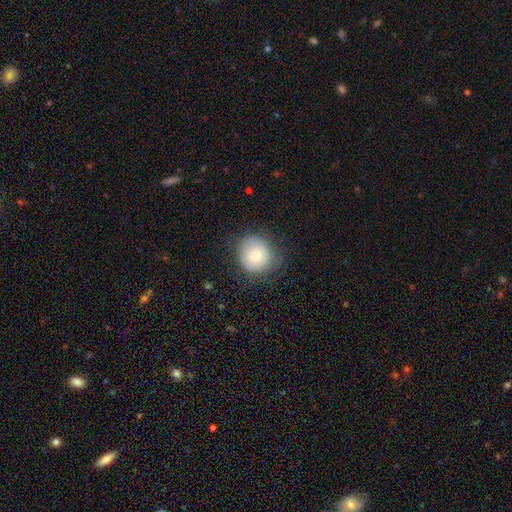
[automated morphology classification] Overall: smooth (72%). How rounded: round (90%). Merging: none (74%).